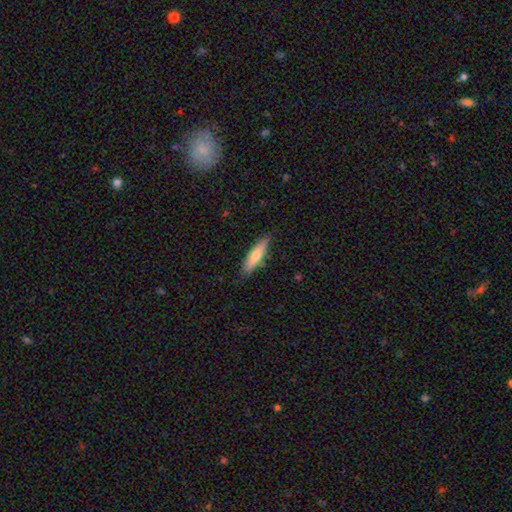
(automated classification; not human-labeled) smooth-or-featured: smooth: 66% | featured or disk: 28% | star or artifact: 6%
  how-rounded: cigar-shaped: 69% | in between: 29% | round: 2%
  merging: none: 85% | minor disturbance: 11% | major disturbance: 2% | merger: 1%